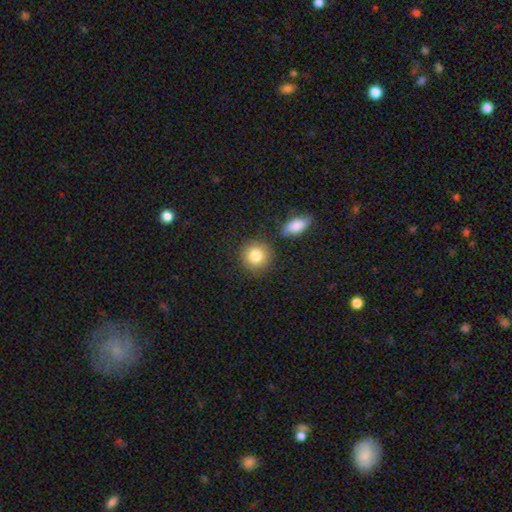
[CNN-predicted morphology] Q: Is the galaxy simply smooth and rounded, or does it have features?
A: smooth — 83%.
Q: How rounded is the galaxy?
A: round — 89%.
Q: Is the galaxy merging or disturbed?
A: none — 81%.